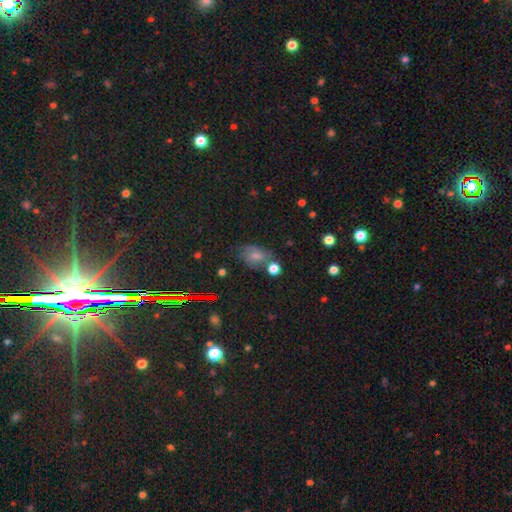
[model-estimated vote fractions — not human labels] This is likely a smooth galaxy (63%). How rounded: likely in between (70%). Merging: possibly none (53%).